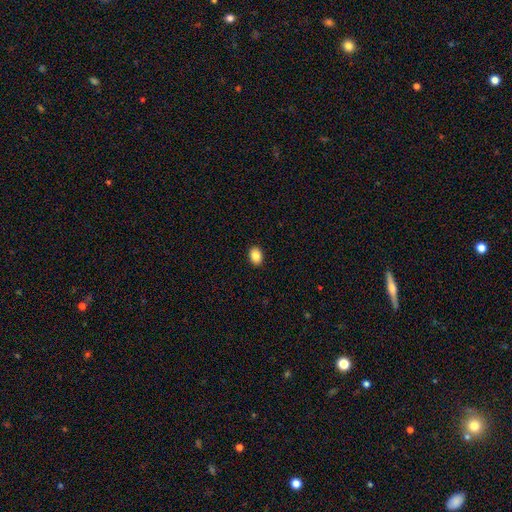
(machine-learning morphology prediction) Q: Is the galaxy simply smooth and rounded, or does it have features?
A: smooth — 87%.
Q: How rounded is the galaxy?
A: in between — 72%.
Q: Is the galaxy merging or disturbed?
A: none — 91%.